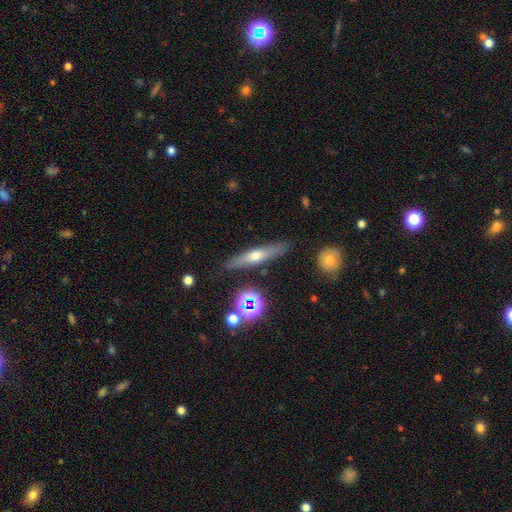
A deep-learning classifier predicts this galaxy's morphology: featured or disk 49%, smooth 42%, star or artifact 9%. Down the decision tree: merging — none (85%).